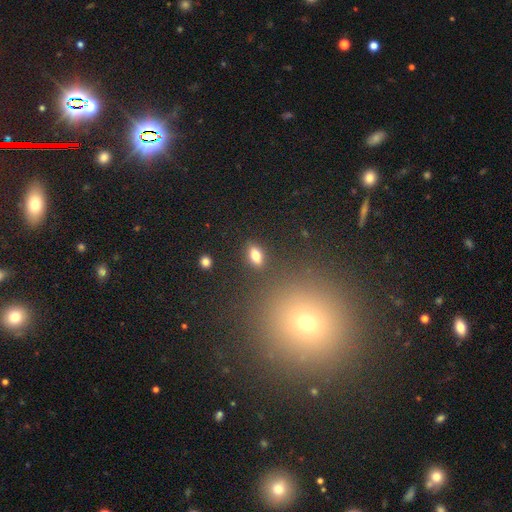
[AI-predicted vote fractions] Smooth or featured?
  - smooth: 78% *
  - star or artifact: 11%
  - featured or disk: 11%
How rounded?
  - in between: 84% *
  - round: 9%
  - cigar-shaped: 6%
Merging?
  - none: 85% *
  - minor disturbance: 9%
  - merger: 3%
  - major disturbance: 3%